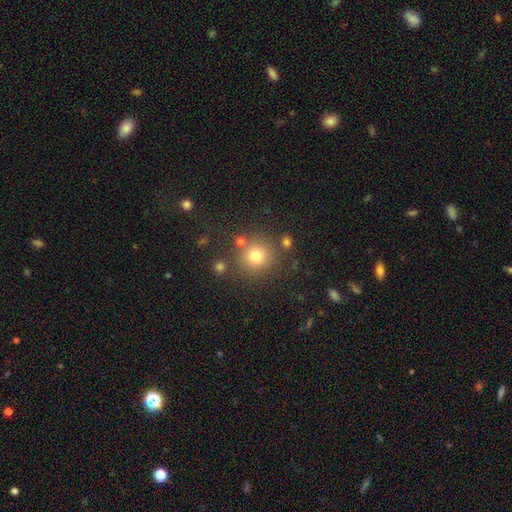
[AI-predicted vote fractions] smooth_or_featured: smooth (p=0.77) [alt: star or artifact p=0.15]
how_rounded: round (p=0.93) [alt: in between p=0.06]
merging: none (p=0.80) [alt: minor disturbance p=0.09]